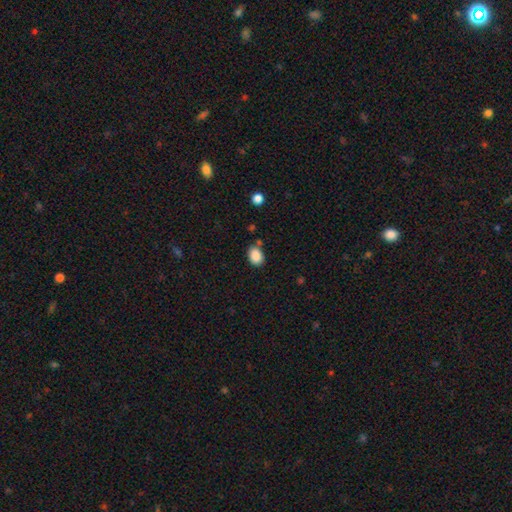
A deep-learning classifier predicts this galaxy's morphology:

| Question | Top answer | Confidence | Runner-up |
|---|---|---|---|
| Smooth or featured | smooth | 88% | star or artifact (8%) |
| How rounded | in between | 70% | round (29%) |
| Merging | none | 74% | minor disturbance (16%) |